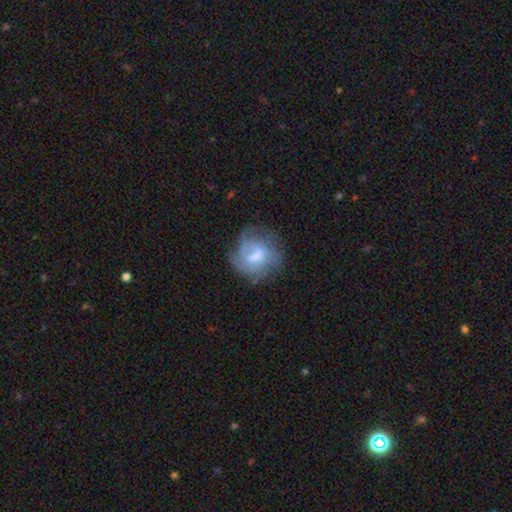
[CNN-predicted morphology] Smooth or featured? featured or disk (50%)
Edge-on disk? no (97%)
Merging? none (52%)